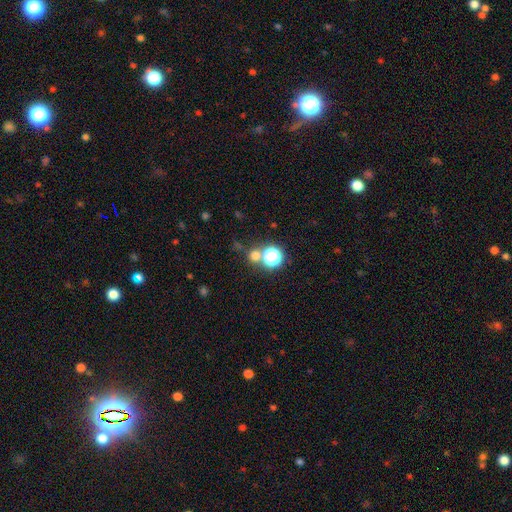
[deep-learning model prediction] Smooth or featured?
  - smooth: 63% *
  - star or artifact: 30%
  - featured or disk: 7%
How rounded?
  - round: 90% *
  - in between: 9%
  - cigar-shaped: 1%
Merging?
  - none: 67% *
  - merger: 23%
  - minor disturbance: 7%
  - major disturbance: 4%